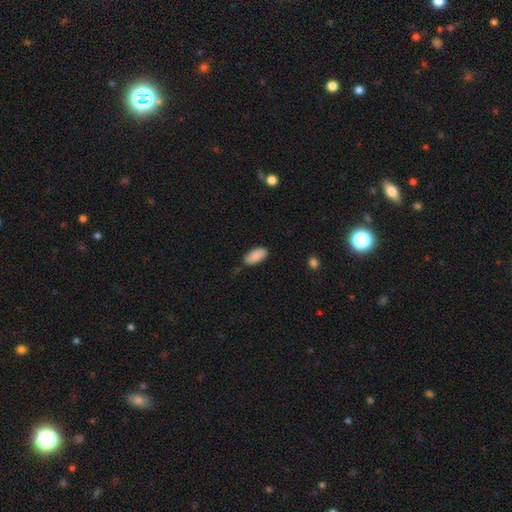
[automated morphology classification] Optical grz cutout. It shows a smooth galaxy with no disk features (87%) that is in between round and cigar-shaped (91%). Merging: none (82%).